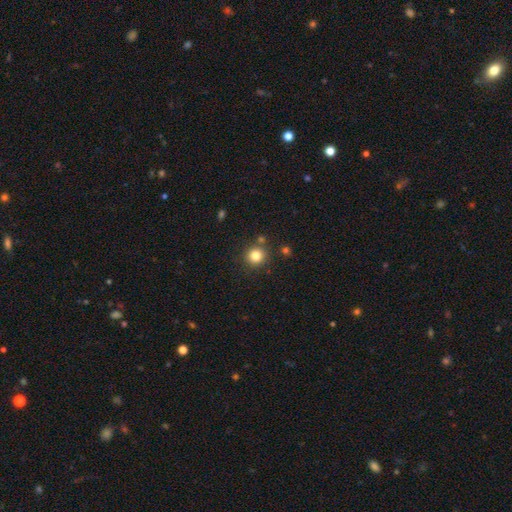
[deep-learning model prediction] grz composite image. It shows a smooth galaxy with no disk features (82%) that is round (93%). Merging: none (84%).